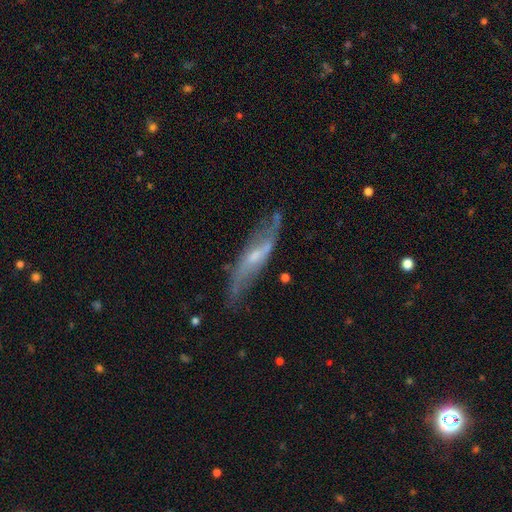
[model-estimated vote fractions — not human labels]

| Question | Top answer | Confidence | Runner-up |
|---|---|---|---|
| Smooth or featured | featured or disk | 70% | smooth (24%) |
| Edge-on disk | no | 60% | yes (40%) |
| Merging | none | 66% | minor disturbance (23%) |